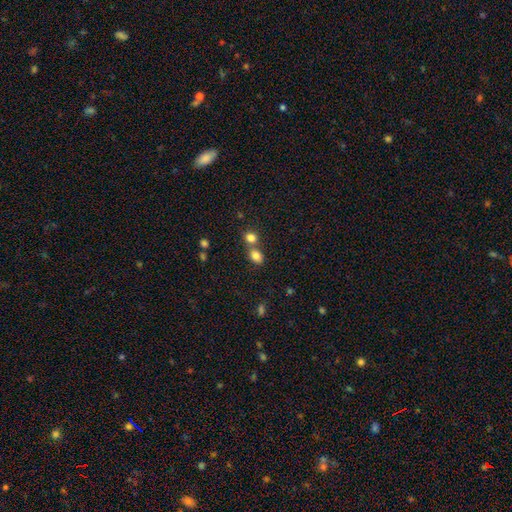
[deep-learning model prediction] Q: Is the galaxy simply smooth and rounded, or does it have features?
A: smooth — 82%.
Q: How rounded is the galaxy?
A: in between — 66%.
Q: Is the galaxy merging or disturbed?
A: none — 48%.